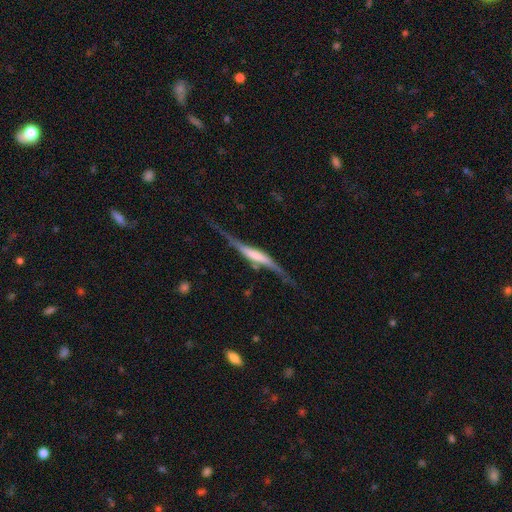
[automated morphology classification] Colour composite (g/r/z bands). It shows a featured or disk galaxy (78%) viewed edge-on (84%) with a boxy central bulge (46%). Merging: none (56%).